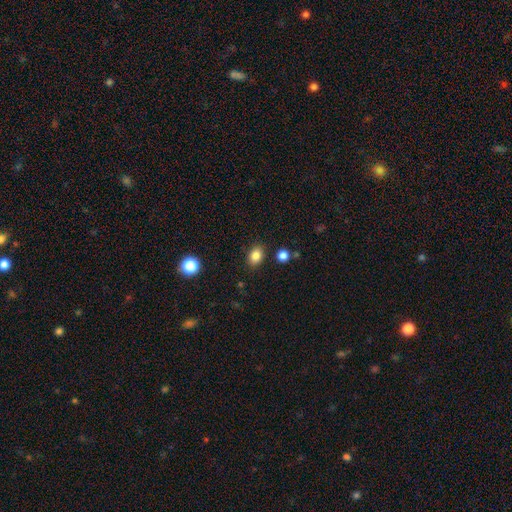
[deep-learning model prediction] smooth 84%, star or artifact 10%, featured or disk 5%. Down the decision tree: how rounded — in between (64%); merging — none (85%).